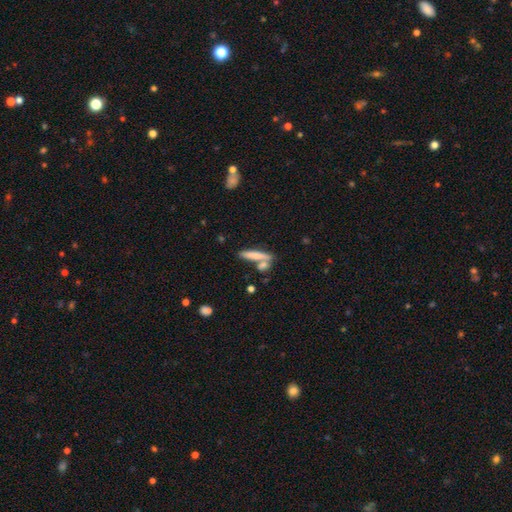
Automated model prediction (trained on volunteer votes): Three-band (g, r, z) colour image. It shows a smooth galaxy with no disk features (70%) that is cigar-shaped (82%). Merging: none (57%).